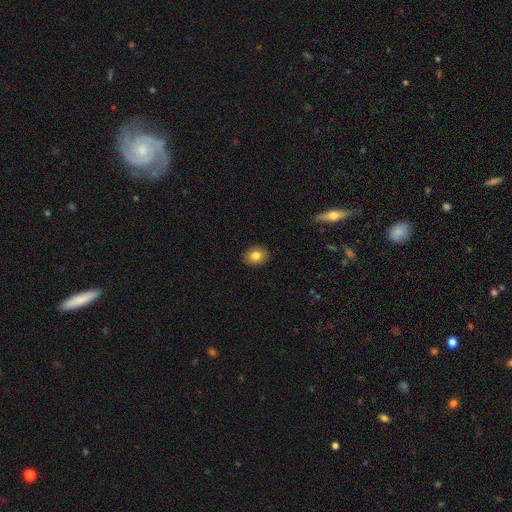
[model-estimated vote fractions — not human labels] Morphology: type=smooth (81%); roundness=in between (54%); merging=none (90%).